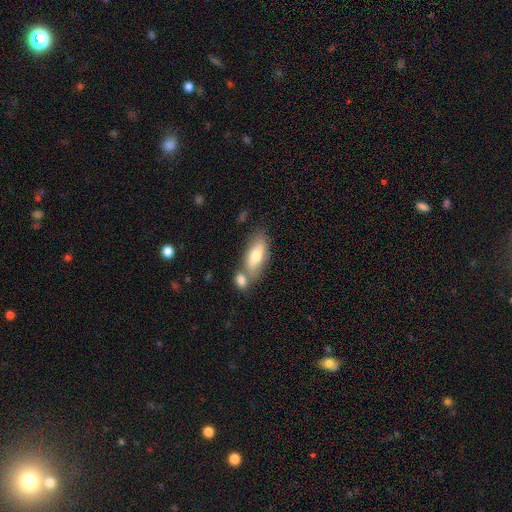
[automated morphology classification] Smooth or featured? smooth (72%)
How rounded? in between (79%)
Merging? none (50%)